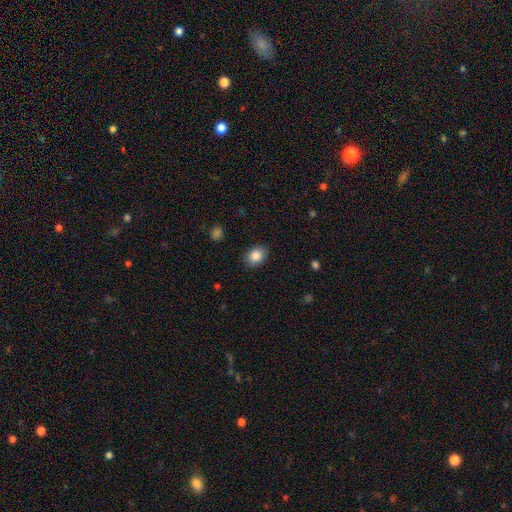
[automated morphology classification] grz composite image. It shows a smooth galaxy with no disk features (86%) that is in between round and cigar-shaped (59%). Merging: none (88%).